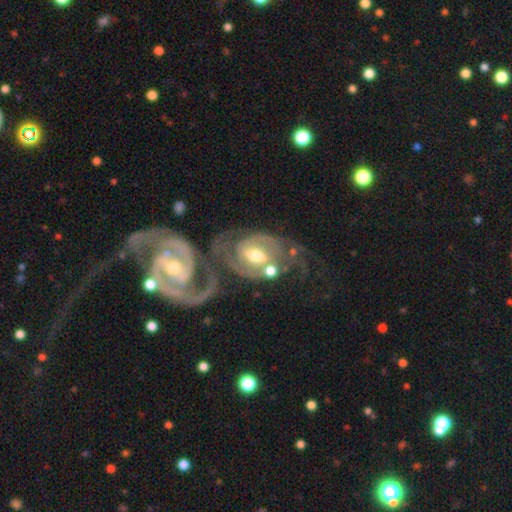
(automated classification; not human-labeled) Morphology: type=featured or disk (85%); edge-on=no (97%); bar=weak (44%); spiral arms=yes (90%); winding=medium (43%); arm count=2 (71%); bulge=moderate (69%); merging=merger (41%).